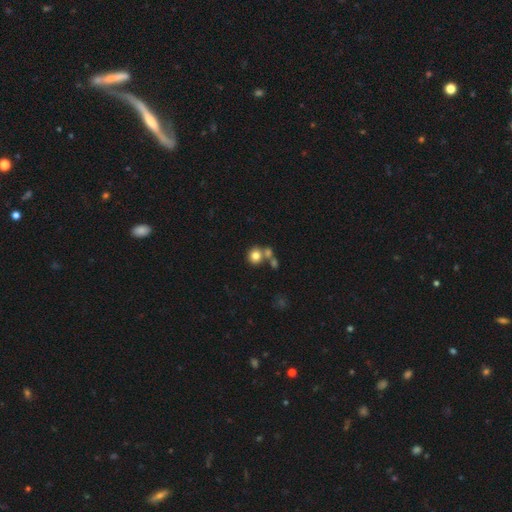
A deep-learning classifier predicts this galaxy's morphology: smooth 79%, star or artifact 11%, featured or disk 10%. Down the decision tree: how rounded — round (85%); merging — none (57%).